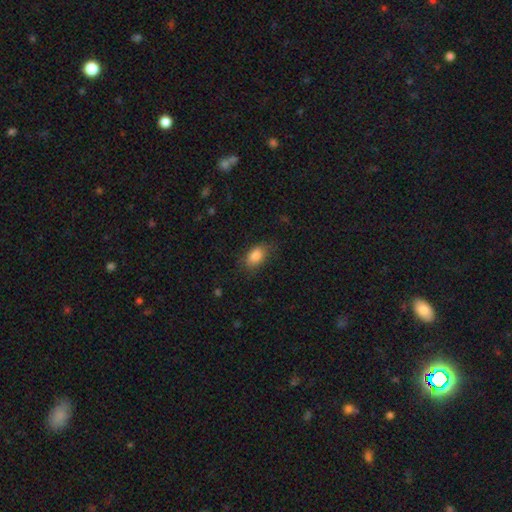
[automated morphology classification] Smooth or featured: smooth — 84% (star or artifact — 8%)
How rounded: in between — 86% (round — 11%)
Merging: none — 76% (minor disturbance — 18%)